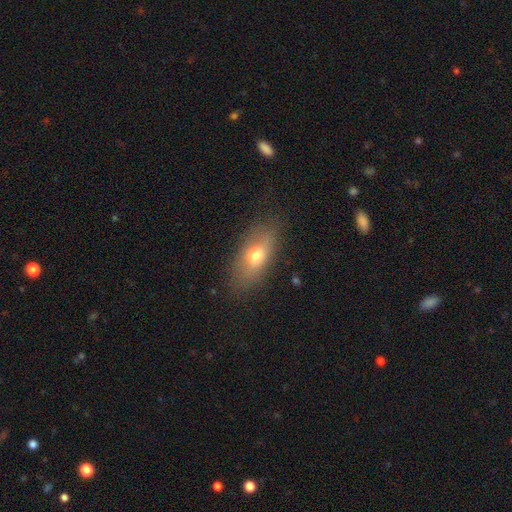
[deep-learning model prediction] Smooth or featured? smooth (68%)
How rounded? in between (78%)
Merging? none (79%)